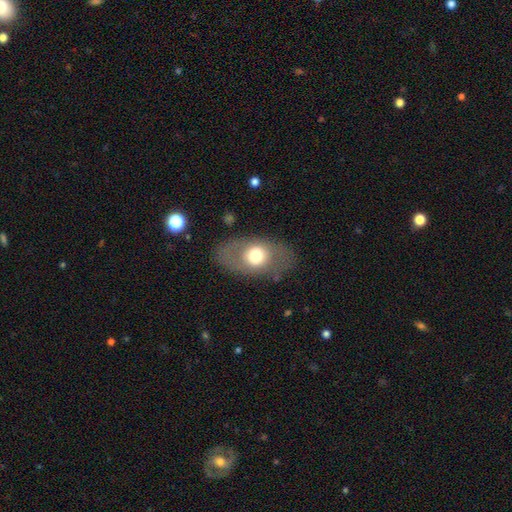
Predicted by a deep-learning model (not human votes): Smooth or featured?
  - smooth: 58% *
  - featured or disk: 34%
  - star or artifact: 7%
How rounded?
  - in between: 81% *
  - round: 18%
  - cigar-shaped: 2%
Merging?
  - none: 78% *
  - minor disturbance: 13%
  - major disturbance: 8%
  - merger: 1%